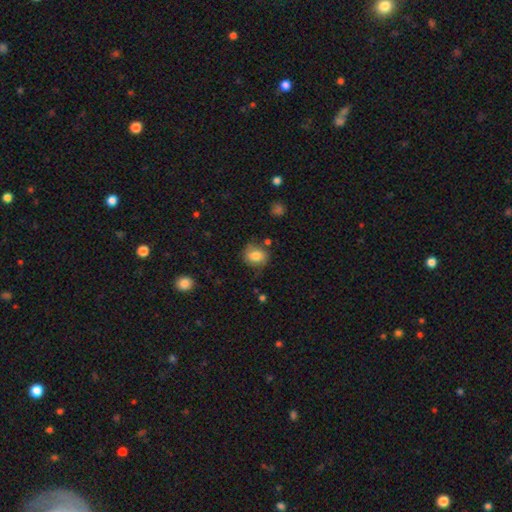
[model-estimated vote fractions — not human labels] Morphology: type=smooth (78%); roundness=round (63%); merging=none (70%).